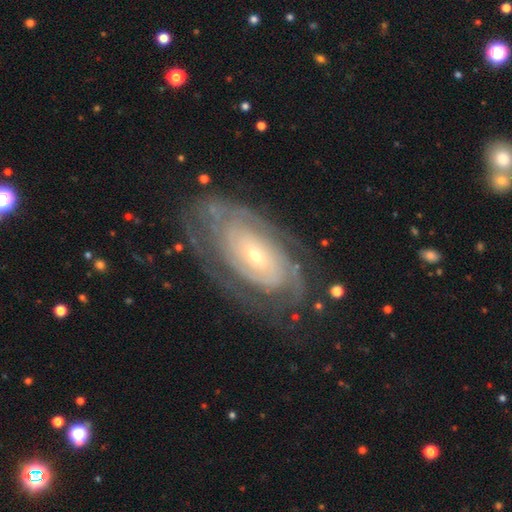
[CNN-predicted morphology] Smooth or featured: featured or disk — 83% (smooth — 11%)
Edge-on disk: no — 93% (yes — 7%)
Bar: no — 68% (weak — 23%)
Spiral arms: yes — 89% (no — 11%)
Spiral winding: tight — 77% (medium — 18%)
Spiral arm count: can't tell — 48% (2 — 22%)
Bulge size: small — 61% (moderate — 34%)
Merging: none — 72% (minor disturbance — 17%)